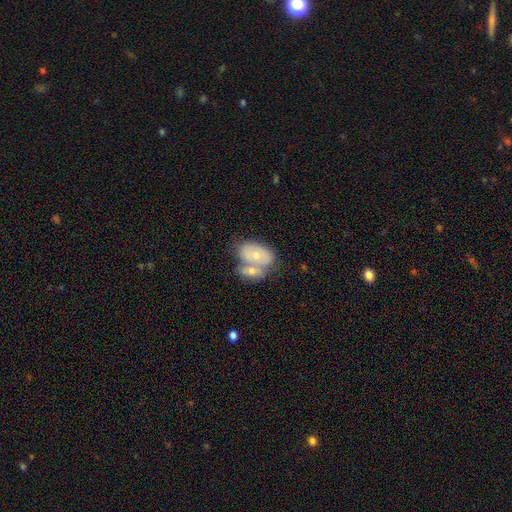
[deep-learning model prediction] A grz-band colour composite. It shows a smooth galaxy with no disk features (54%) that is in between round and cigar-shaped (83%). Merging: merger (64%).